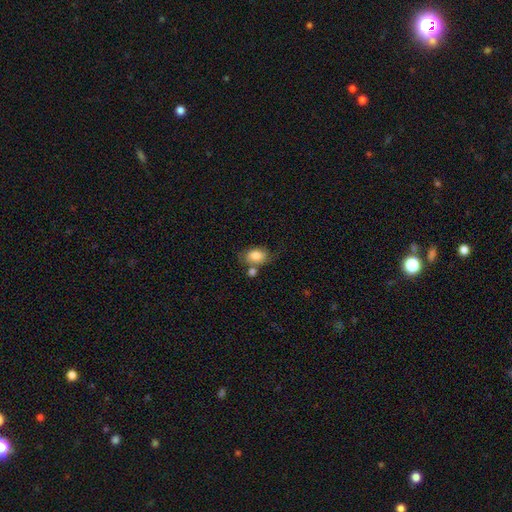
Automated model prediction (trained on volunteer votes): Smooth or featured? Predicted: smooth (p=0.81). How rounded? Predicted: in between (p=0.80). Merging? Predicted: none (p=0.49).